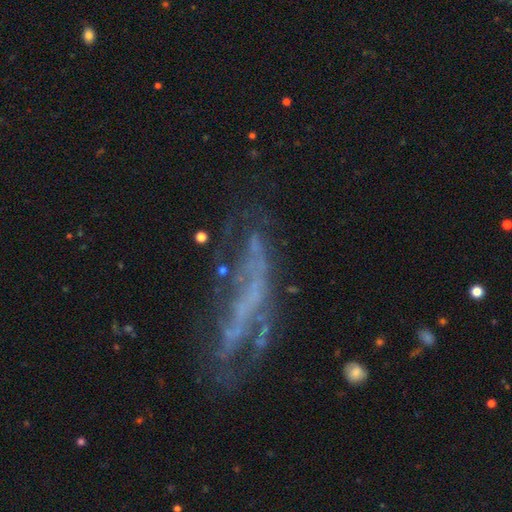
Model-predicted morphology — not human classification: This appears to be a featured or disk galaxy (68%) with no bar (65%), no spiral arms (59%) and no central bulge (74%). Merging: none (46%).